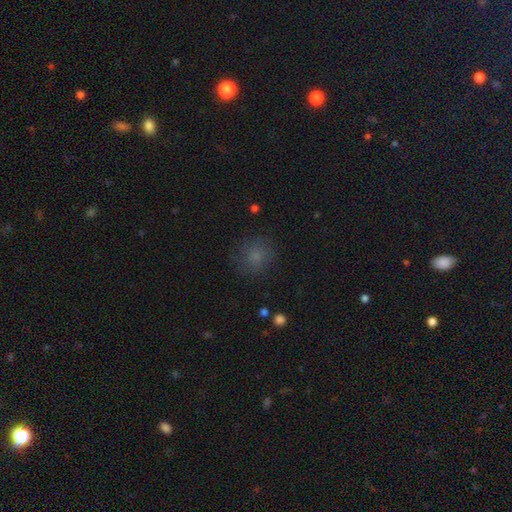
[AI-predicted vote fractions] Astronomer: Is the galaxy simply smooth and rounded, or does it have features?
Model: smooth — 78%.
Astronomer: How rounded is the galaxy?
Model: round — 86%.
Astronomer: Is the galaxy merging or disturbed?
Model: none — 80%.